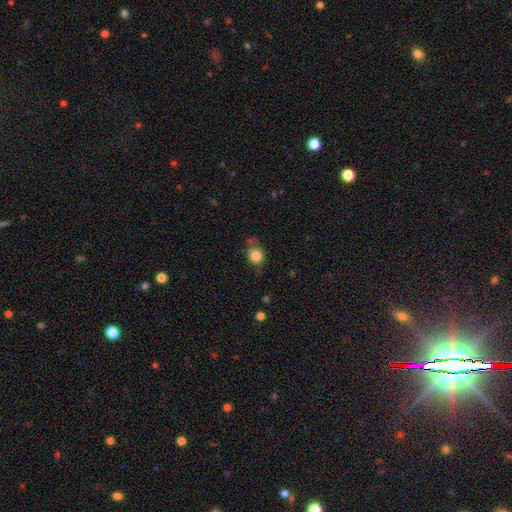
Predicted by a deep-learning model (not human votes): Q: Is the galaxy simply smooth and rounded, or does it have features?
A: smooth — 84%.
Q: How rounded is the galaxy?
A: round — 59%.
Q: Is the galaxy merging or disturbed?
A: none — 55%.